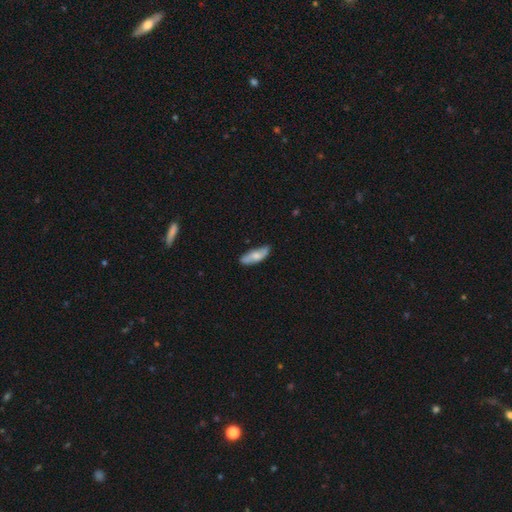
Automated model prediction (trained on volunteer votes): This is possibly a smooth galaxy (58%). How rounded: likely in between (64%). Merging: likely none (76%).